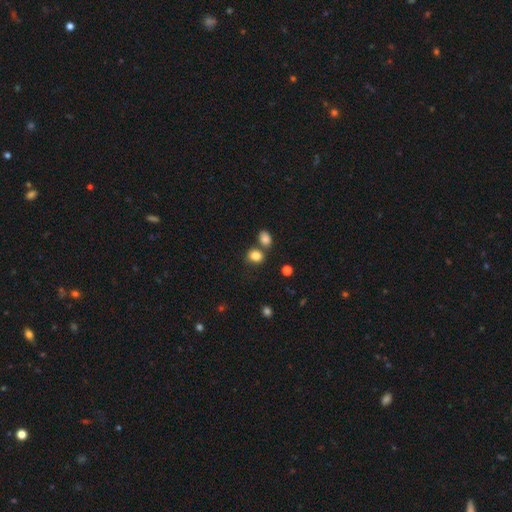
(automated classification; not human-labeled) Smooth or featured? Predicted: smooth (p=0.84). How rounded? Predicted: in between (p=0.50). Merging? Predicted: none (p=0.60).